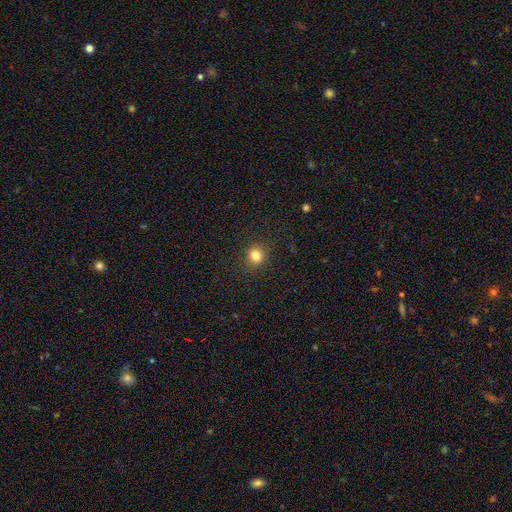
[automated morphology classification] The model was most divided on "smooth or featured": smooth: 81%, star or artifact: 13%, featured or disk: 6%. More confident: merging — none (90%); how rounded — round (89%).